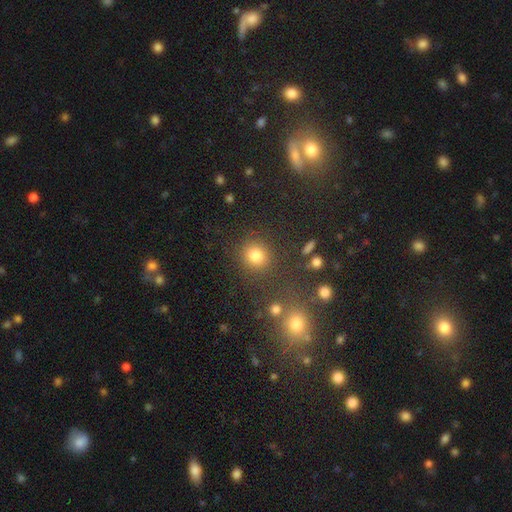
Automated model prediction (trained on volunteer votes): Smooth or featured? Predicted: smooth (p=0.79). How rounded? Predicted: round (p=0.84). Merging? Predicted: none (p=0.82).